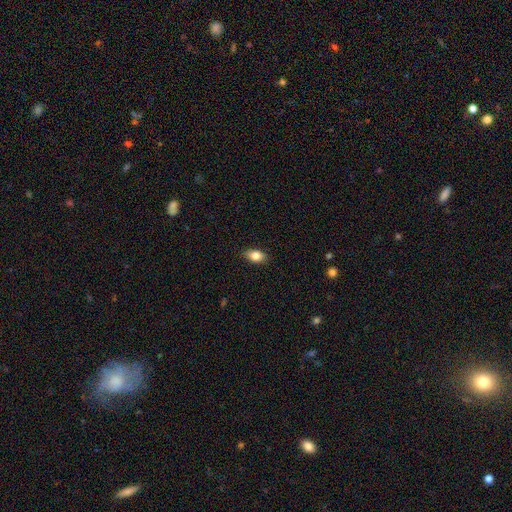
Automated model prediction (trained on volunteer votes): A smooth galaxy with no disk features (82%) that is in between round and cigar-shaped (87%). Merging: none (86%).